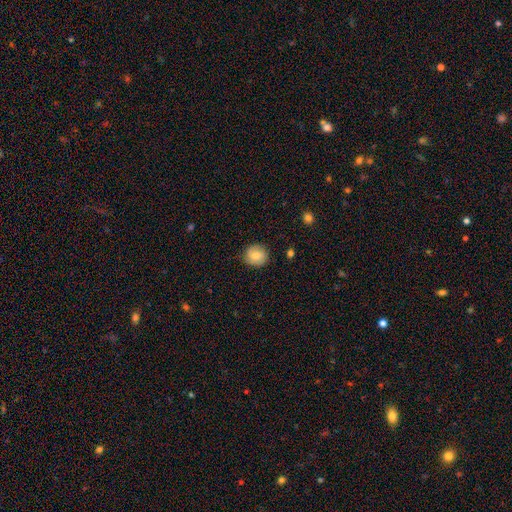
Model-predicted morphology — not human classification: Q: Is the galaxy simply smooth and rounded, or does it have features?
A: smooth — 74%.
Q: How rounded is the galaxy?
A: round — 80%.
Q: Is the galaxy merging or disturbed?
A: none — 80%.